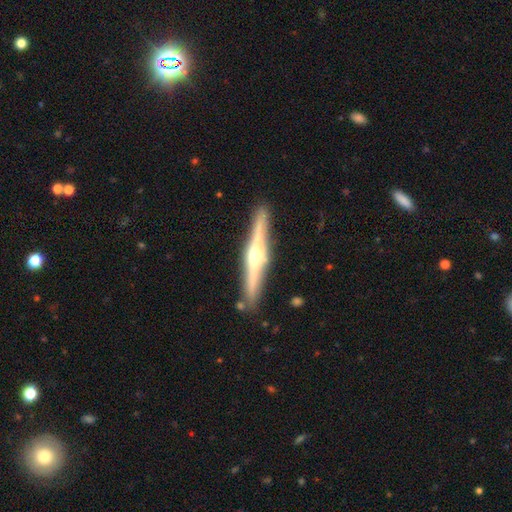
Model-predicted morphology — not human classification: type=featured or disk (76%); edge-on=yes (98%); edge-on bulge=rounded (93%); merging=none (88%).